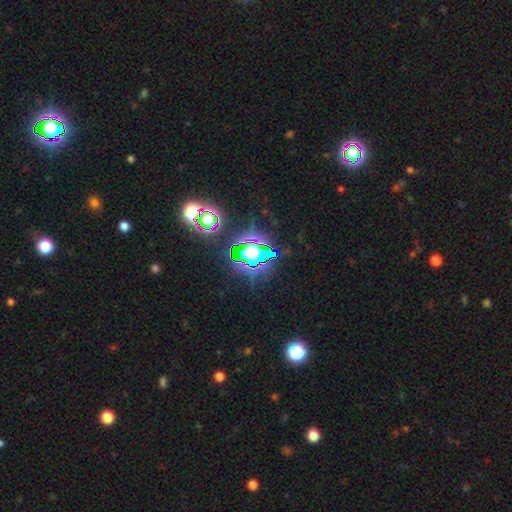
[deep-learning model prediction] Smooth or featured: star or artifact — 66% (smooth — 21%)